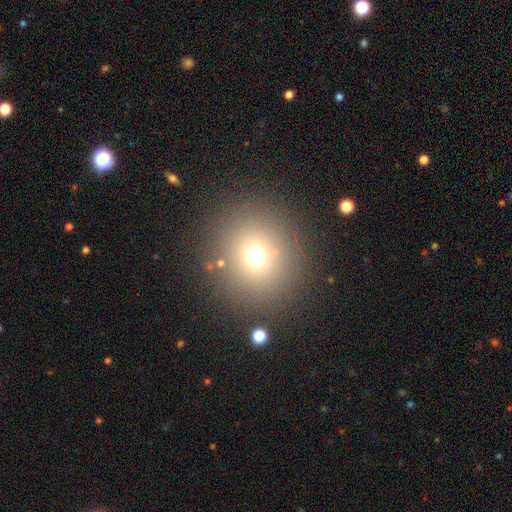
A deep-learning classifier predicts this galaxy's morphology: Overall: smooth (68%). How rounded: round (92%). Merging: none (85%).